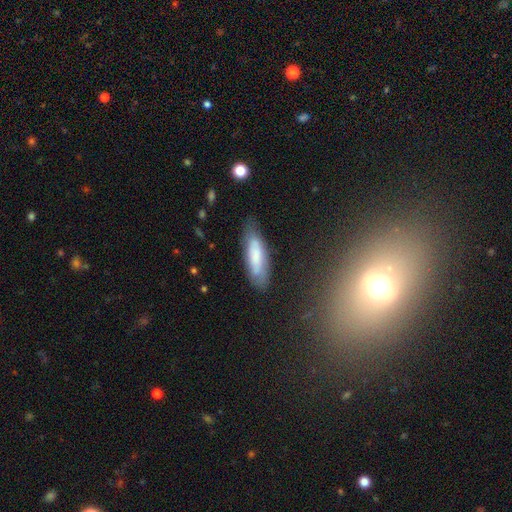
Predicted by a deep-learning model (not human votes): Smooth or featured? smooth (64%)
How rounded? cigar-shaped (50%)
Merging? none (69%)